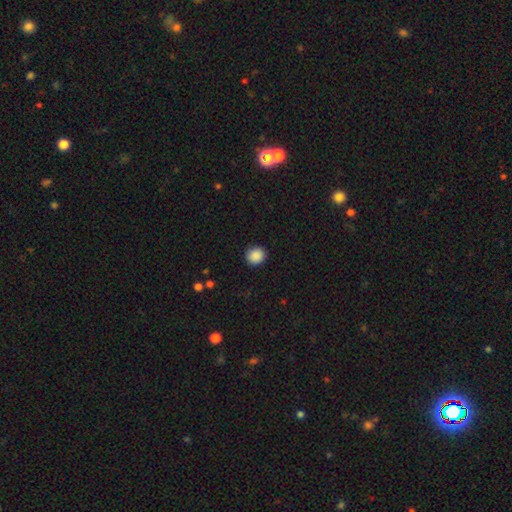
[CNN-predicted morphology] smooth-or-featured: smooth: 89% | star or artifact: 8% | featured or disk: 2%
  how-rounded: round: 87% | in between: 12% | cigar-shaped: 1%
  merging: none: 91% | minor disturbance: 6% | major disturbance: 2% | merger: 1%